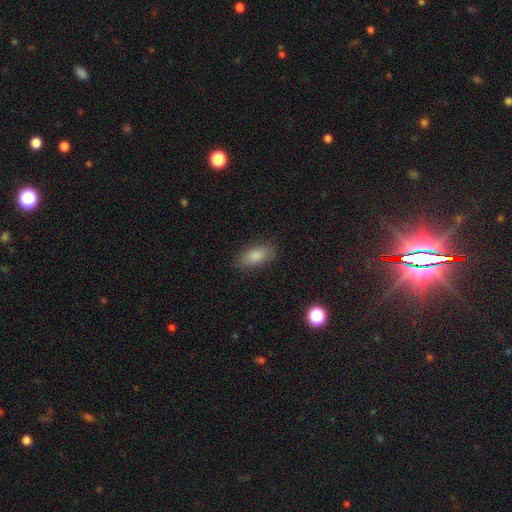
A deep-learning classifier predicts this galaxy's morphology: Smooth or featured? Predicted: smooth (p=0.86). How rounded? Predicted: in between (p=0.89). Merging? Predicted: none (p=0.86).